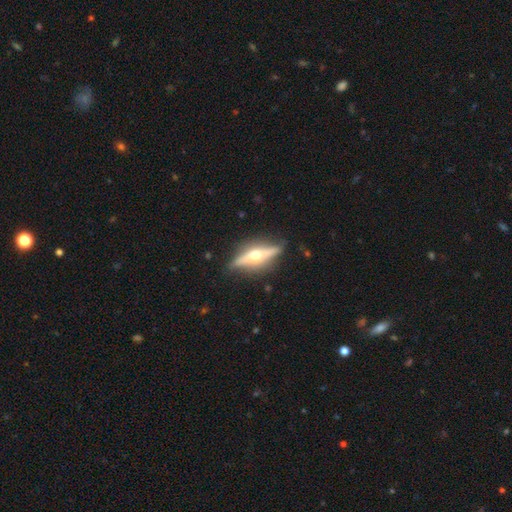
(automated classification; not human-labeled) This is likely a featured or disk galaxy (75%). It is clearly viewed edge-on (93%). Edge-on bulge: clearly rounded (96%). Merging: clearly none (85%).